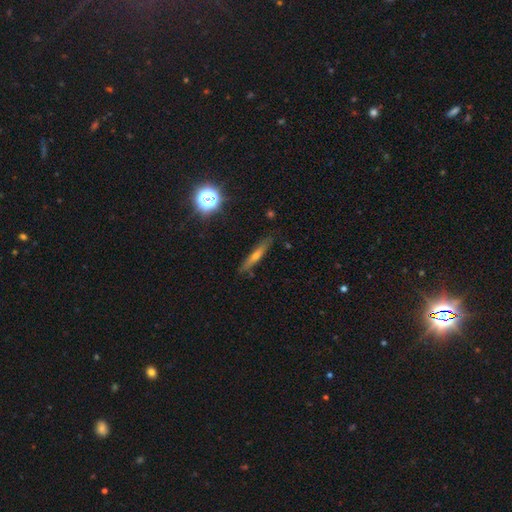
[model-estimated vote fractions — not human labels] This is possibly a featured or disk galaxy (53%). It is clearly viewed edge-on (92%). Merging: clearly none (86%).